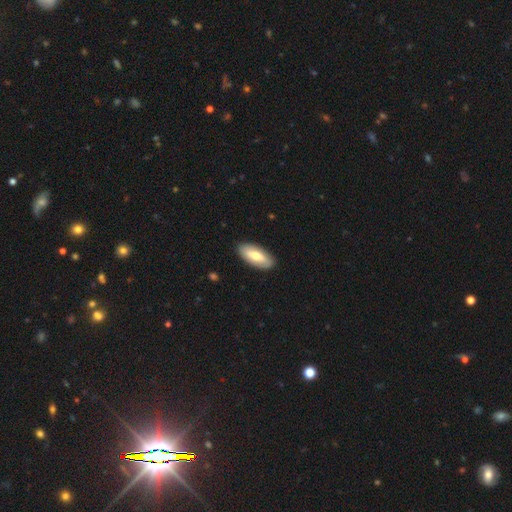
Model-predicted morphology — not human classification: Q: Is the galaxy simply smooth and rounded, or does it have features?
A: smooth — 67%.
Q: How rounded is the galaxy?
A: in between — 88%.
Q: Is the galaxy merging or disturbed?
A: none — 88%.